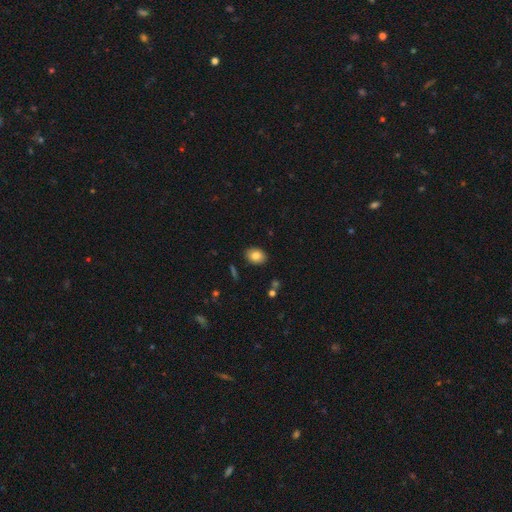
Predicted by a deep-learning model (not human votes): Morphology: type=smooth (83%); roundness=in between (75%); merging=none (87%).